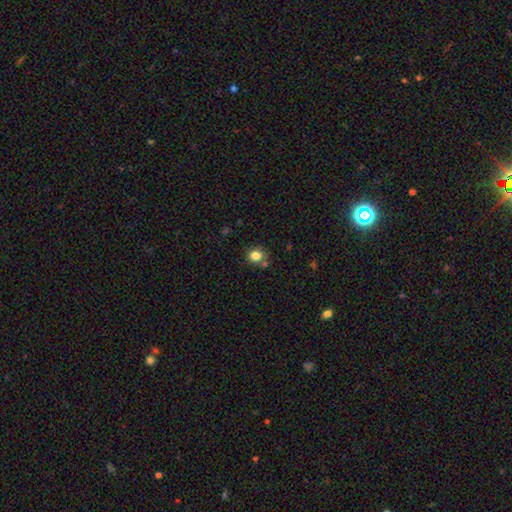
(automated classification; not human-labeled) This appears to be a smooth galaxy with no disk features (82%) that is round (76%). Merging: none (73%).